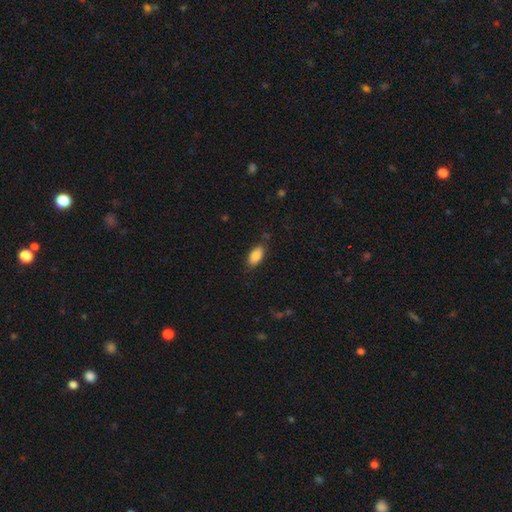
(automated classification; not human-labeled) smooth_or_featured: smooth (p=0.87) [alt: star or artifact p=0.07]
how_rounded: in between (p=0.90) [alt: cigar-shaped p=0.08]
merging: none (p=0.80) [alt: minor disturbance p=0.15]